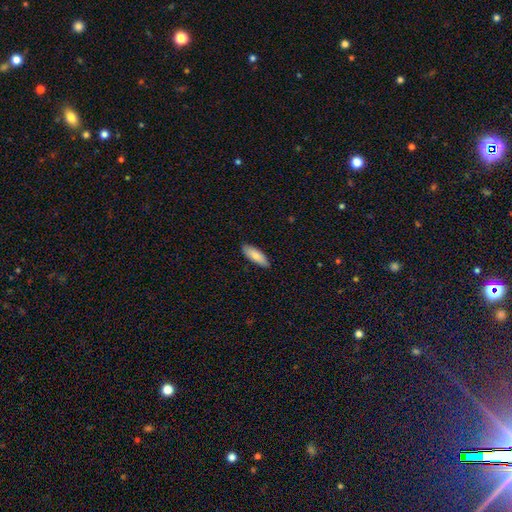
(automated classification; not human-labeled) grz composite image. It shows a smooth galaxy with no disk features (81%) that is in between round and cigar-shaped (63%). Merging: none (88%).